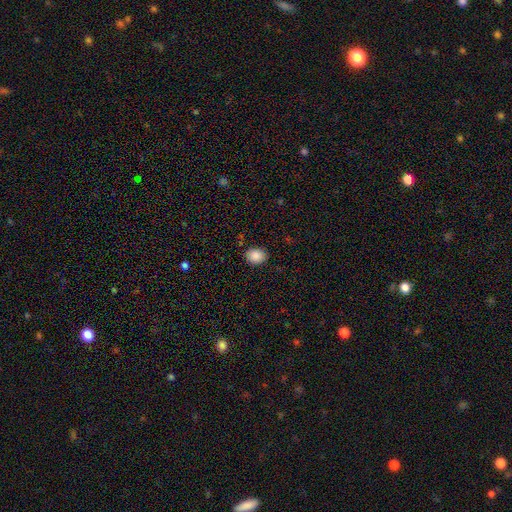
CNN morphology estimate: Smooth or featured? Predicted: smooth (p=0.87). How rounded? Predicted: in between (p=0.50). Merging? Predicted: none (p=0.87).